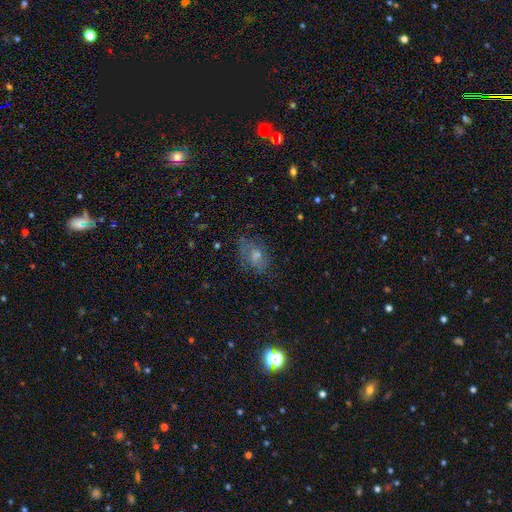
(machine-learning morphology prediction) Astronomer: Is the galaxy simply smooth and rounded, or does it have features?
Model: smooth — 56%.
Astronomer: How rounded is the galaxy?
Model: in between — 78%.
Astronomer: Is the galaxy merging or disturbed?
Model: none — 57%.